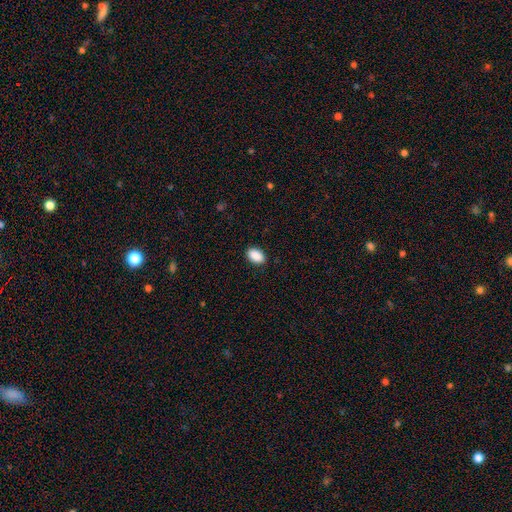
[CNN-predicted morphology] smooth 91%, star or artifact 7%, featured or disk 2%. Down the decision tree: how rounded — in between (91%); merging — none (89%).